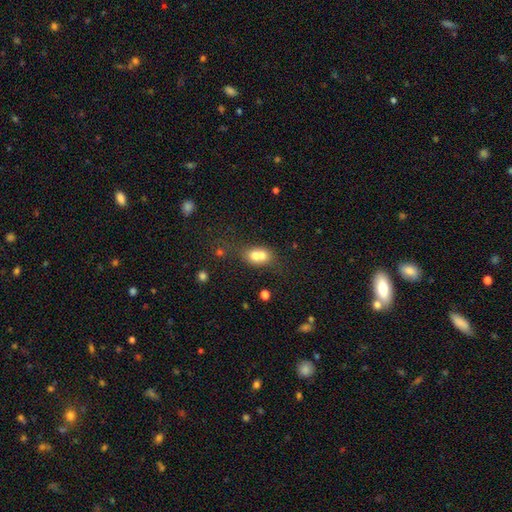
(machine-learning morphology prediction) A smooth galaxy with no disk features (67%) that is round (52%).

Vote fractions:
- Smooth or featured? smooth: 67% / featured or disk: 21% / star or artifact: 12%
- How rounded? round: 52% / in between: 46% / cigar-shaped: 2%
- Merging? merger: 64% / none: 24% / minor disturbance: 7% / major disturbance: 4%